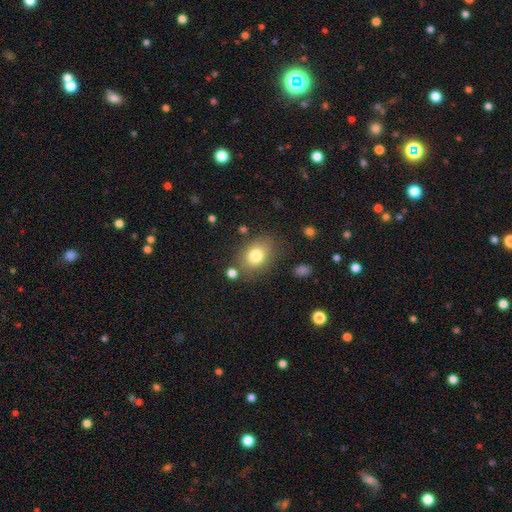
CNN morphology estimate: Q: Smooth or featured?
A: smooth (79%); runner-up: featured or disk (11%)
Q: How rounded?
A: in between (65%); runner-up: round (34%)
Q: Merging?
A: none (74%); runner-up: minor disturbance (15%)